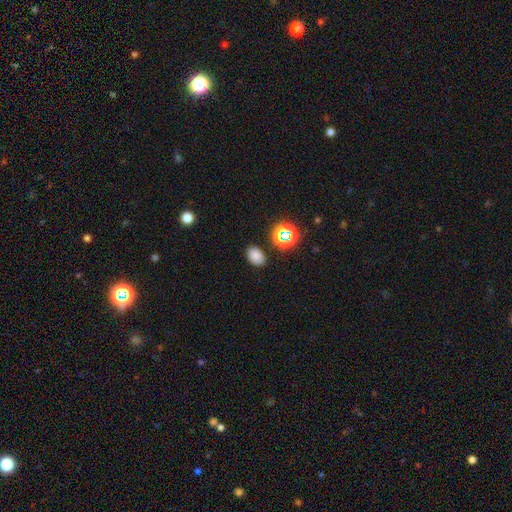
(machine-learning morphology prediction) The model was most divided on "how rounded": in between: 79%, round: 20%, cigar-shaped: 1%. More confident: merging — none (86%); smooth or featured — smooth (79%).